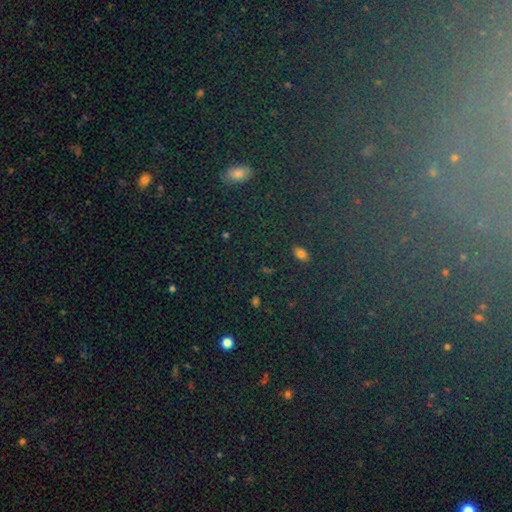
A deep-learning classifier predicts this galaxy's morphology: A star or artifact, not a galaxy (66%).